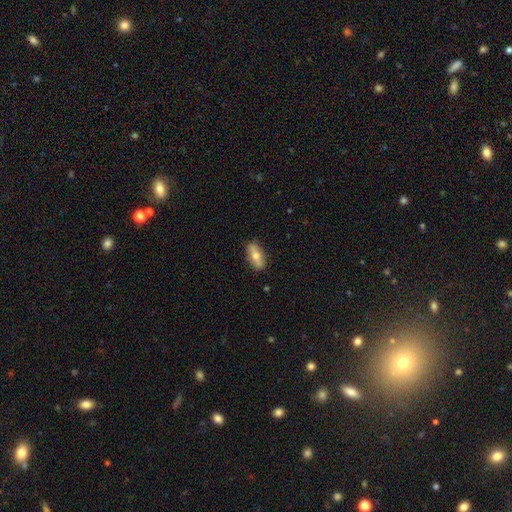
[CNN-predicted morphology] Smooth or featured?
  - smooth: 62% *
  - featured or disk: 31%
  - star or artifact: 7%
How rounded?
  - in between: 74% *
  - cigar-shaped: 23%
  - round: 4%
Merging?
  - none: 85% *
  - minor disturbance: 11%
  - major disturbance: 2%
  - merger: 1%